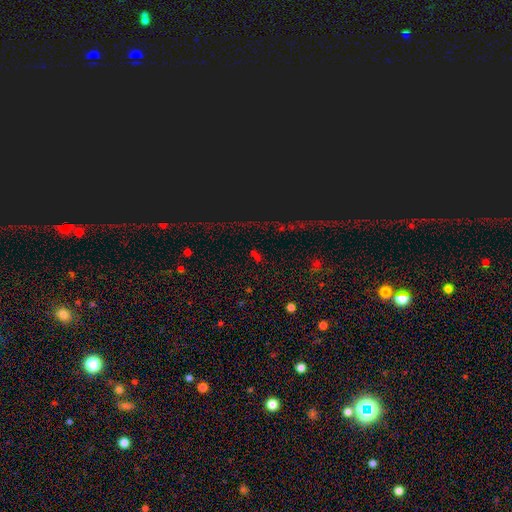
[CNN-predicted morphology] This is likely a star or artifact rather than a galaxy (65%).